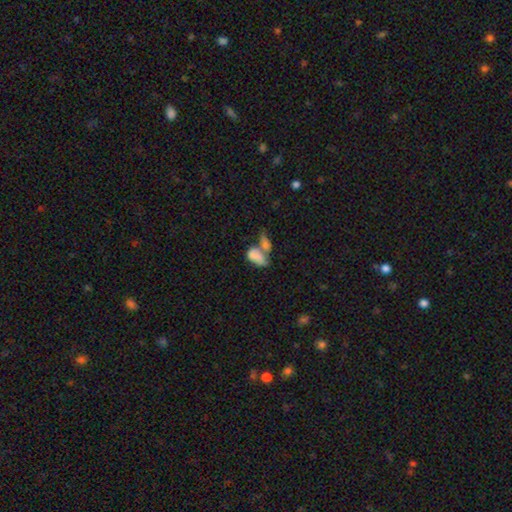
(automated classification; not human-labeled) smooth_or_featured: smooth (p=0.72) [alt: featured or disk p=0.19]
how_rounded: in between (p=0.89) [alt: round p=0.07]
merging: merger (p=0.63) [alt: none p=0.16]